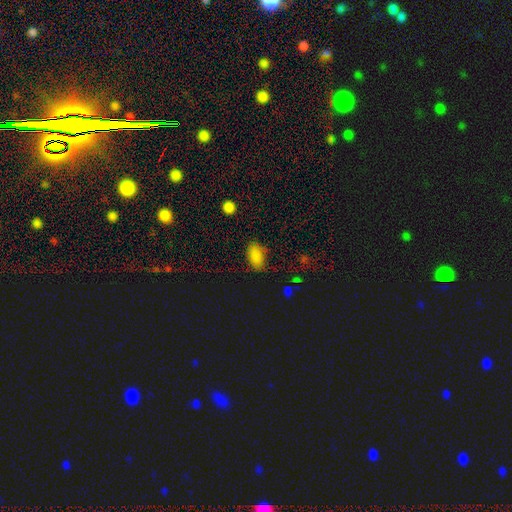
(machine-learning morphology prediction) Overall: smooth (83%). How rounded: in between (90%). Merging: none (73%).